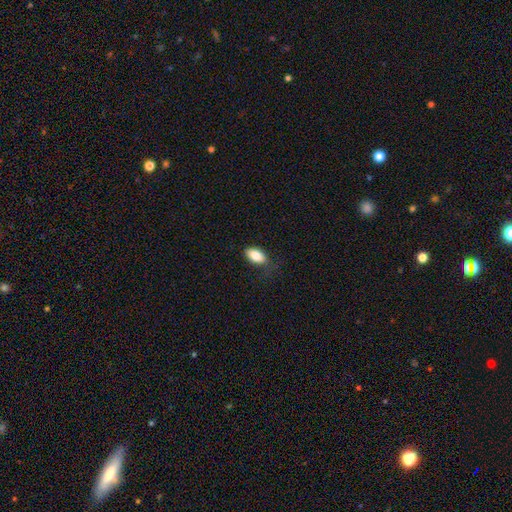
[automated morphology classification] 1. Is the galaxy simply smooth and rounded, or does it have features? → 85% smooth, 8% featured or disk, 7% star or artifact.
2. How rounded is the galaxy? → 92% in between, 5% round, 4% cigar-shaped.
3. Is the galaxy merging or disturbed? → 71% none, 22% minor disturbance, 6% major disturbance, 1% merger.